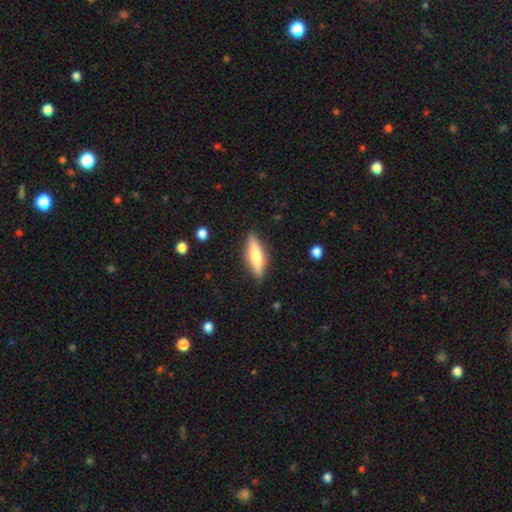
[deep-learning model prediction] Smooth or featured? smooth (57%)
How rounded? cigar-shaped (57%)
Merging? none (87%)